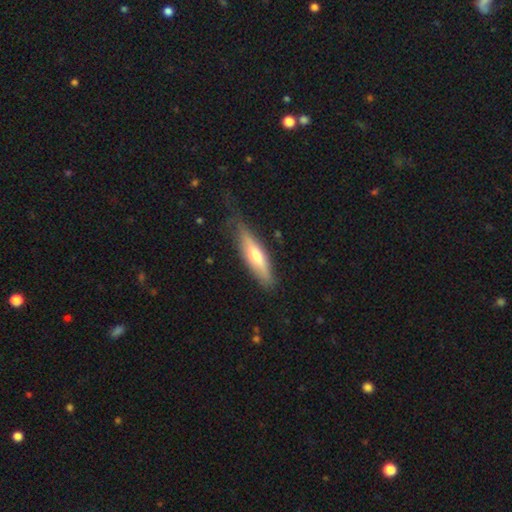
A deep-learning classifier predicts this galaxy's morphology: This is possibly a smooth galaxy (57%). How rounded: likely cigar-shaped (69%). Merging: likely none (67%).